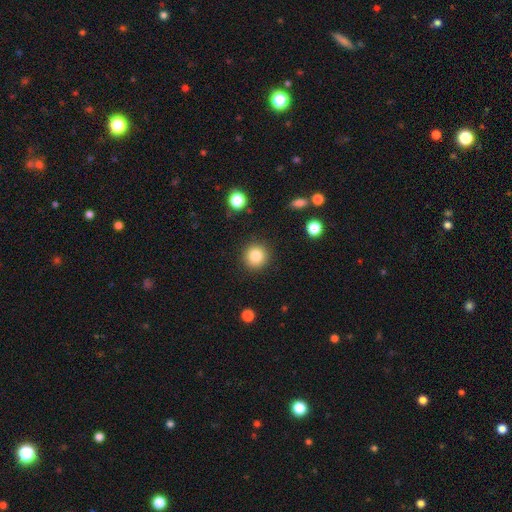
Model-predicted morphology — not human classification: Smooth or featured: smooth — 84% (star or artifact — 10%)
How rounded: round — 94% (in between — 5%)
Merging: none — 90% (minor disturbance — 6%)